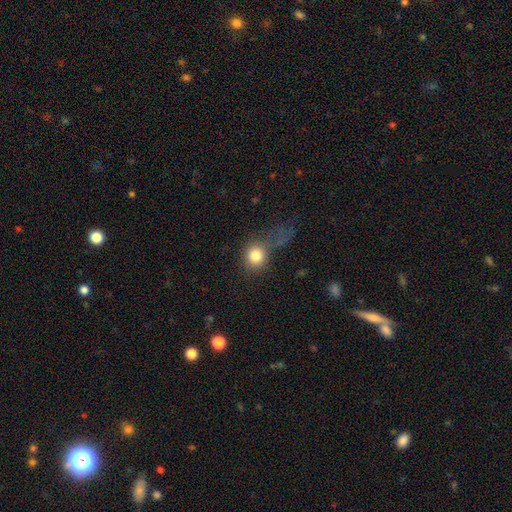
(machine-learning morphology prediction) Q: Smooth or featured?
A: smooth (81%); runner-up: star or artifact (10%)
Q: How rounded?
A: round (83%); runner-up: in between (16%)
Q: Merging?
A: none (39%); runner-up: major disturbance (33%)